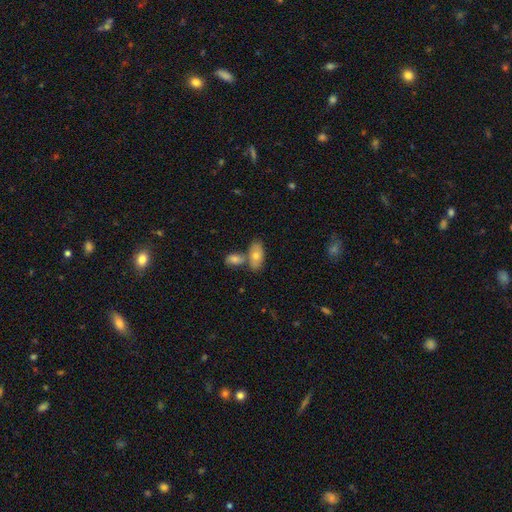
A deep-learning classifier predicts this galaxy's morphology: Smooth or featured: smooth — 70% (featured or disk — 22%)
How rounded: in between — 88% (cigar-shaped — 7%)
Merging: none — 50% (merger — 35%)